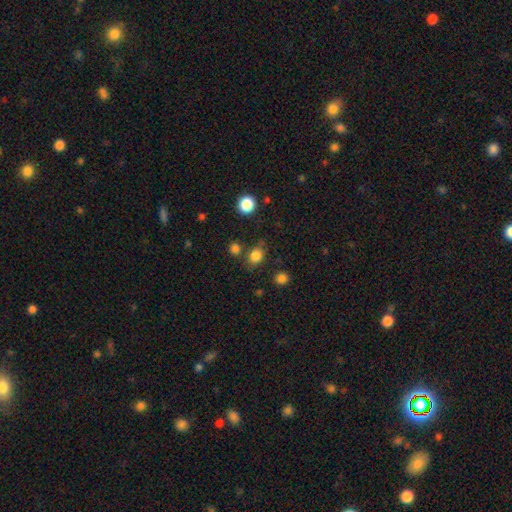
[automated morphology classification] Overall: smooth (82%). How rounded: round (56%; in between 43%). Merging: none (72%).